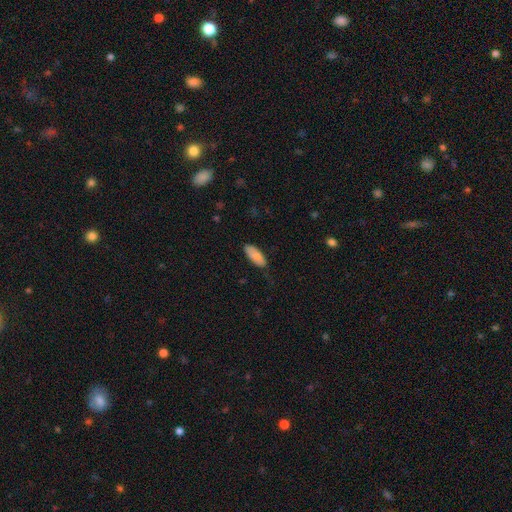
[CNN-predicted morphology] This is likely a smooth galaxy (76%). How rounded: clearly in between (84%). Merging: likely none (76%).